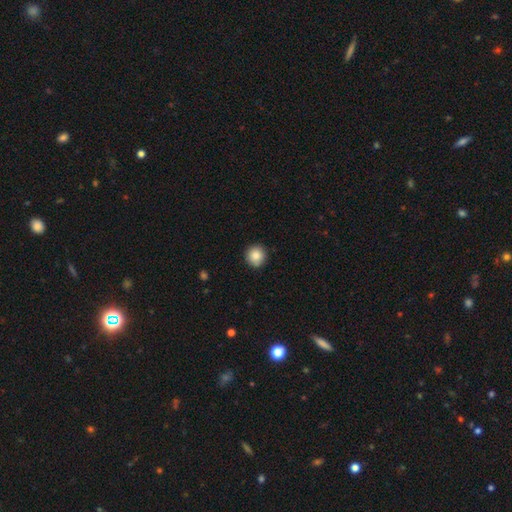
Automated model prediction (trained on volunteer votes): Smooth or featured?
  - smooth: 86% *
  - star or artifact: 9%
  - featured or disk: 5%
How rounded?
  - round: 95% *
  - in between: 4%
  - cigar-shaped: 1%
Merging?
  - none: 90% *
  - minor disturbance: 7%
  - major disturbance: 2%
  - merger: 1%